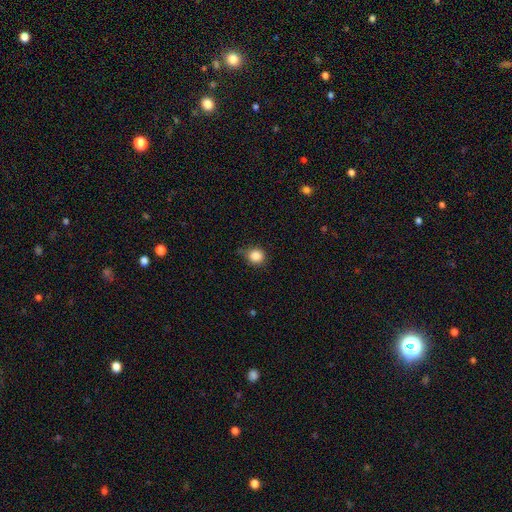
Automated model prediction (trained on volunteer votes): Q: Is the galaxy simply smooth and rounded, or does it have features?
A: smooth — 85%.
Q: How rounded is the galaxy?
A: round — 88%.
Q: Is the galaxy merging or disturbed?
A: none — 78%.